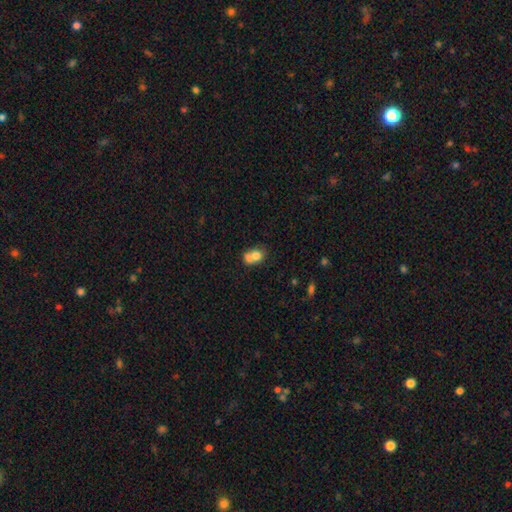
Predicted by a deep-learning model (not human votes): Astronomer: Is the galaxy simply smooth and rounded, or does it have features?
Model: smooth — 71%.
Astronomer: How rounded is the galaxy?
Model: round — 57% (runner-up: in between, 42%).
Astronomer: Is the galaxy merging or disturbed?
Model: merger — 62%.